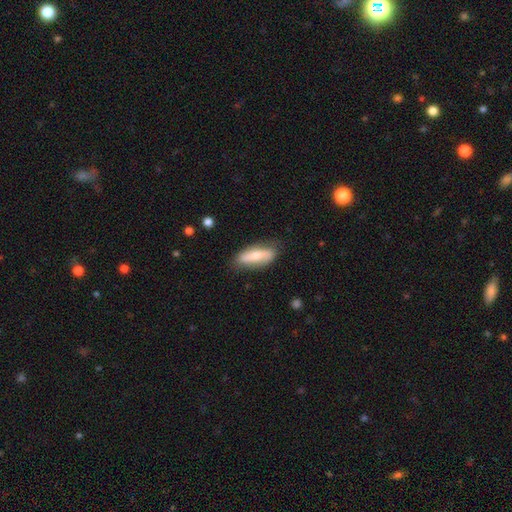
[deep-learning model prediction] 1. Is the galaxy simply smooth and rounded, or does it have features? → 53% smooth, 42% featured or disk, 6% star or artifact.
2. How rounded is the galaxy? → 64% in between, 33% cigar-shaped, 3% round.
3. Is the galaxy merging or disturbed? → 77% none, 18% minor disturbance, 4% major disturbance, 2% merger.